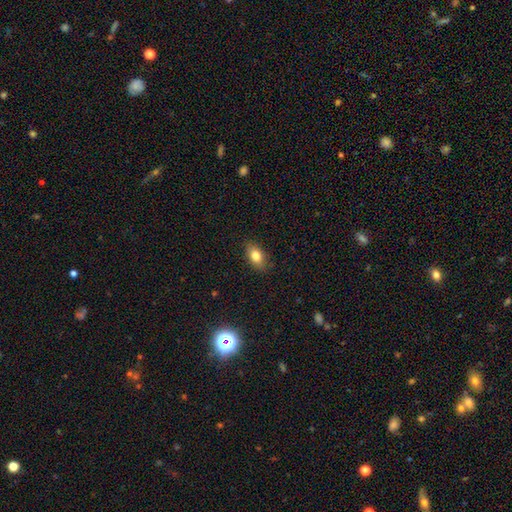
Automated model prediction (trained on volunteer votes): Smooth or featured? Predicted: smooth (p=0.81). How rounded? Predicted: in between (p=0.87). Merging? Predicted: none (p=0.86).